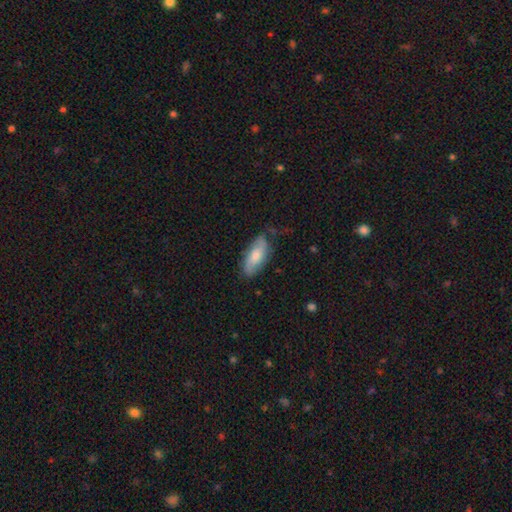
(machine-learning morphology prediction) This appears to be a smooth galaxy with no disk features (60%) that is in between round and cigar-shaped (84%). Merging: none (67%).